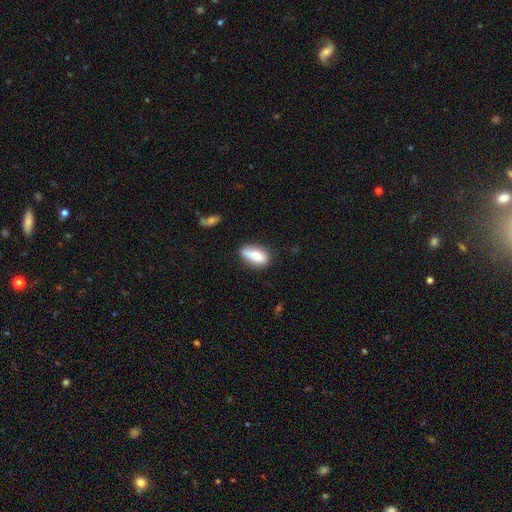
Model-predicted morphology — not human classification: type=smooth (74%); roundness=in between (79%); merging=none (67%).